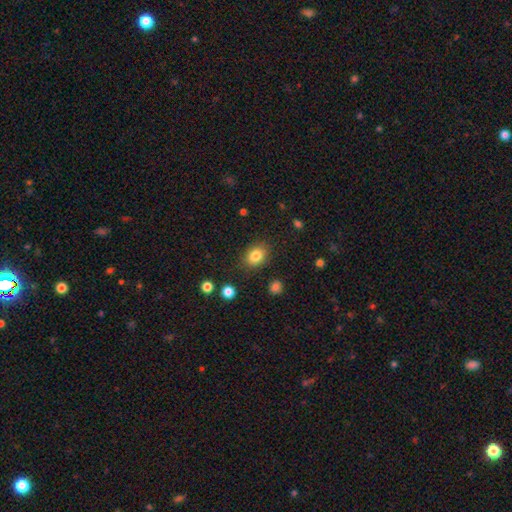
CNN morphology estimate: smooth-or-featured: smooth: 83% | star or artifact: 10% | featured or disk: 7%
  how-rounded: in between: 64% | round: 35% | cigar-shaped: 1%
  merging: none: 84% | minor disturbance: 11% | major disturbance: 3% | merger: 2%